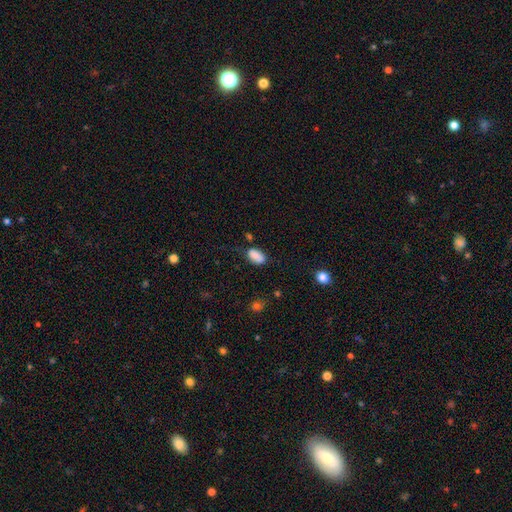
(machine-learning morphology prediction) A smooth galaxy with no disk features (80%) that is in between round and cigar-shaped (91%).

Vote fractions:
- Smooth or featured? smooth: 80% / featured or disk: 11% / star or artifact: 9%
- How rounded? in between: 91% / round: 7% / cigar-shaped: 2%
- Merging? none: 61% / minor disturbance: 24% / merger: 9% / major disturbance: 6%